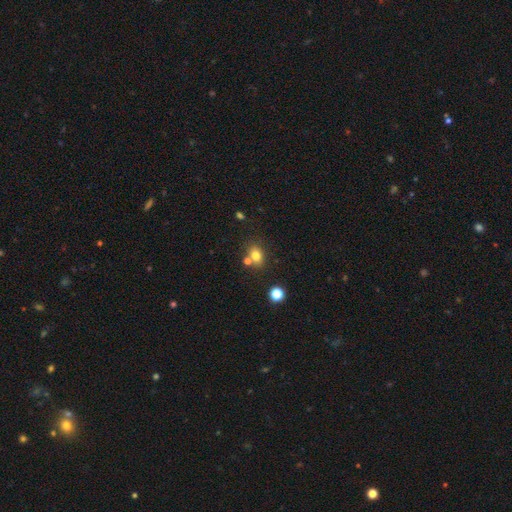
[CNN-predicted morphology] smooth_or_featured: smooth (p=0.77) [alt: star or artifact p=0.13]
how_rounded: in between (p=0.57) [alt: round p=0.42]
merging: none (p=0.64) [alt: merger p=0.21]